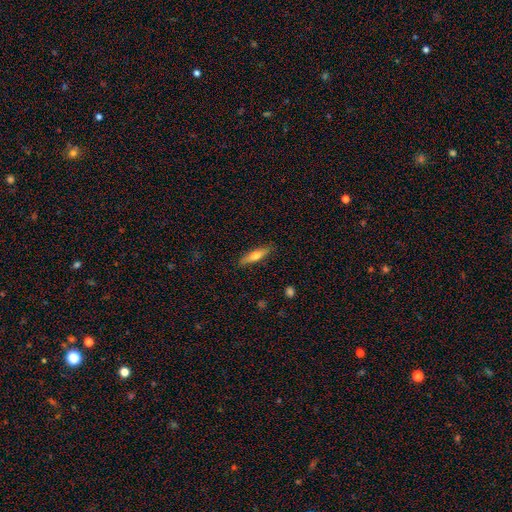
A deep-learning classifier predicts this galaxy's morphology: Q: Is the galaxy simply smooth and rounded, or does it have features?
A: smooth — 58%.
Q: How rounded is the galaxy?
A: cigar-shaped — 71%.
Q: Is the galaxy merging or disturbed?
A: none — 87%.